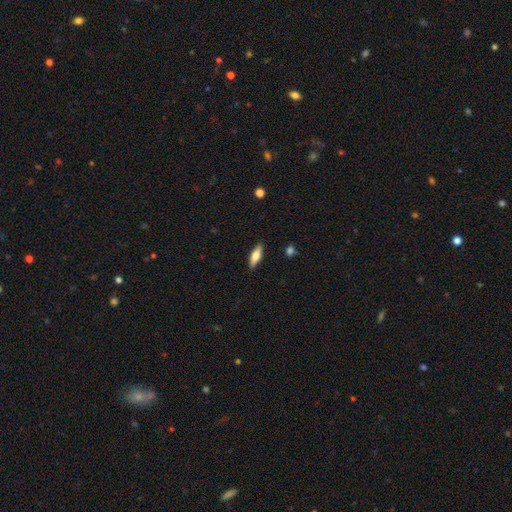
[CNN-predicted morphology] smooth_or_featured: smooth (p=0.61) [alt: featured or disk p=0.33]
how_rounded: in between (p=0.55) [alt: cigar-shaped p=0.43]
merging: none (p=0.89) [alt: minor disturbance p=0.08]